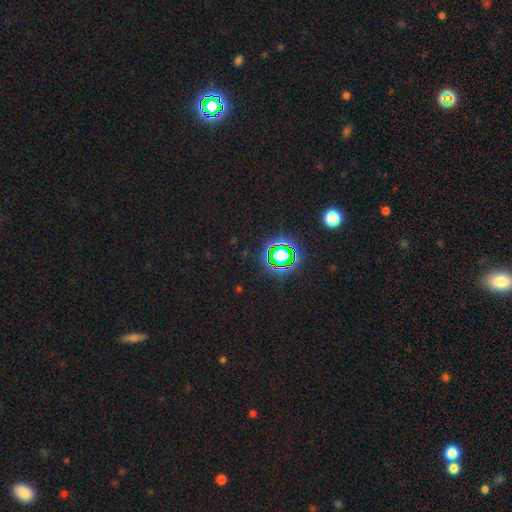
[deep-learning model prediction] Q: Smooth or featured?
A: star or artifact (79%); runner-up: smooth (14%)